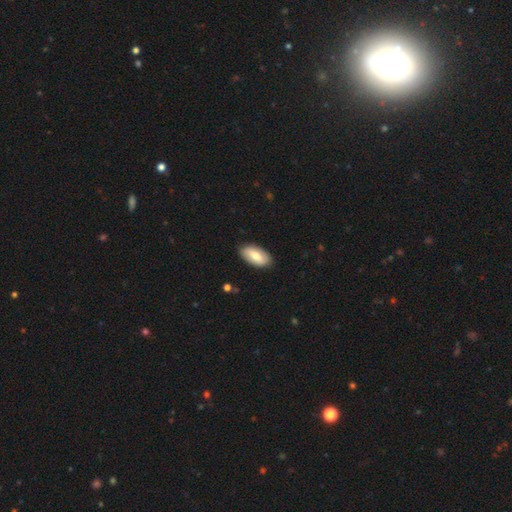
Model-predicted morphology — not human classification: This is likely a smooth galaxy (71%). How rounded: clearly in between (94%). Merging: clearly none (87%).